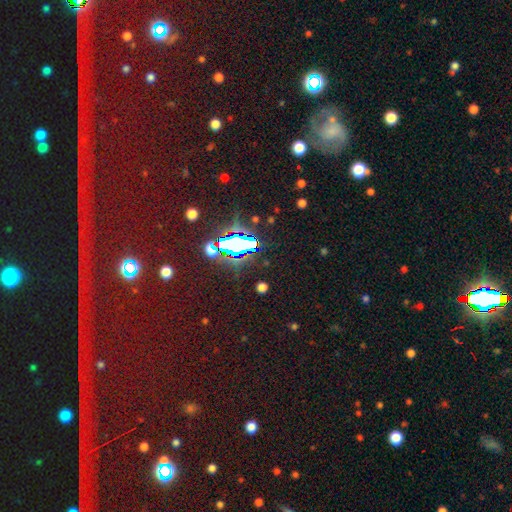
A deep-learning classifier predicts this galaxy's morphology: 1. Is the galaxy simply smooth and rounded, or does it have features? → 78% star or artifact, 12% smooth, 10% featured or disk.